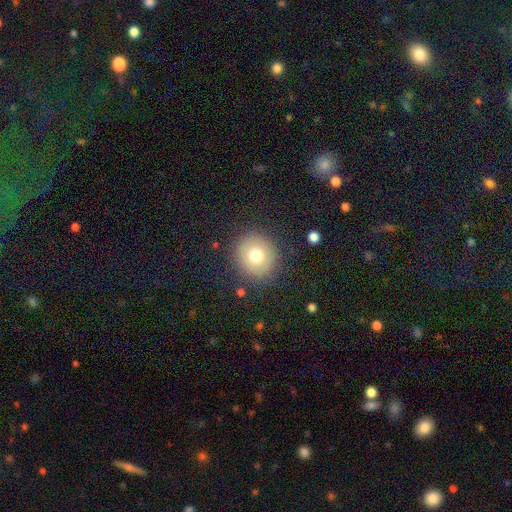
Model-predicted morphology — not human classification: A smooth galaxy with no disk features (74%) that is round (90%). Merging: none (86%).